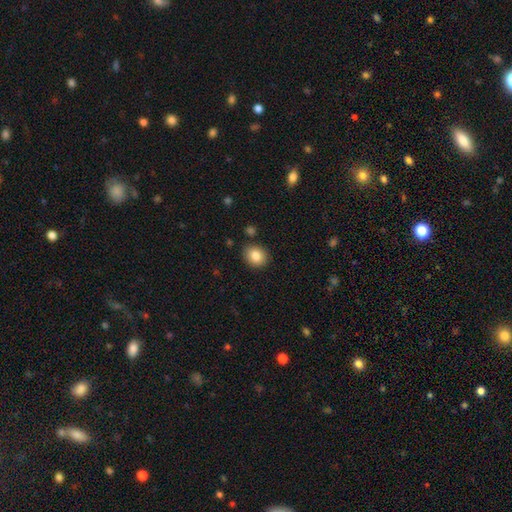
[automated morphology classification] smooth 84%, star or artifact 9%, featured or disk 7%. Down the decision tree: how rounded — round (63%); merging — none (87%).